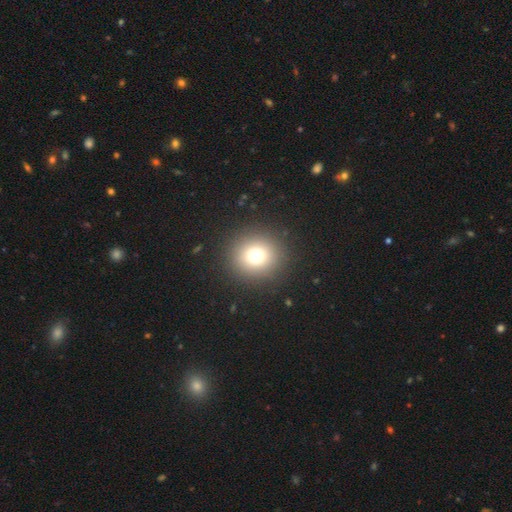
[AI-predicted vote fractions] smooth 72%, star or artifact 18%, featured or disk 10%. Down the decision tree: how rounded — round (93%); merging — none (90%).